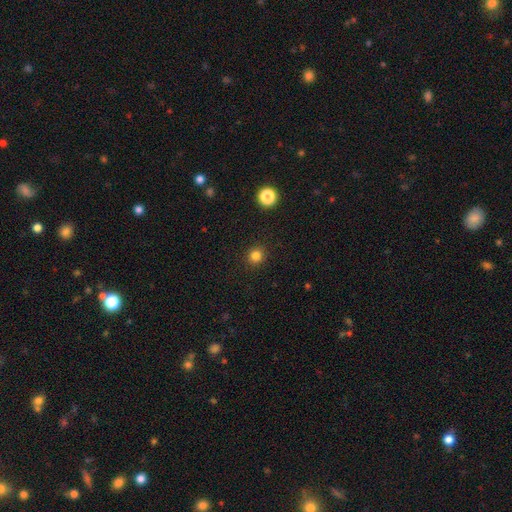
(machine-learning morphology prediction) Smooth or featured?
  - smooth: 82% *
  - star or artifact: 14%
  - featured or disk: 4%
How rounded?
  - round: 92% *
  - in between: 7%
  - cigar-shaped: 1%
Merging?
  - none: 92% *
  - minor disturbance: 5%
  - major disturbance: 2%
  - merger: 1%